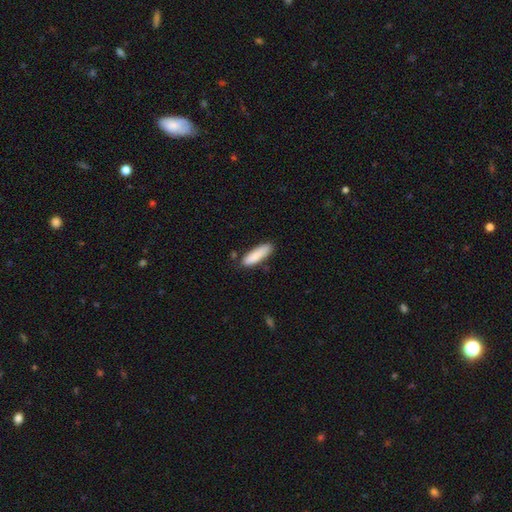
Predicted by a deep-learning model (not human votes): Smooth or featured? Predicted: smooth (p=0.87). How rounded? Predicted: cigar-shaped (p=0.64). Merging? Predicted: none (p=0.79).